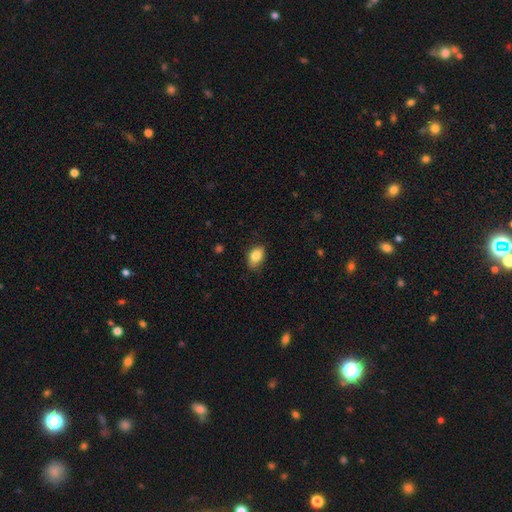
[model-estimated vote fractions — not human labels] Smooth or featured? Predicted: smooth (p=0.85). How rounded? Predicted: in between (p=0.86). Merging? Predicted: none (p=0.78).